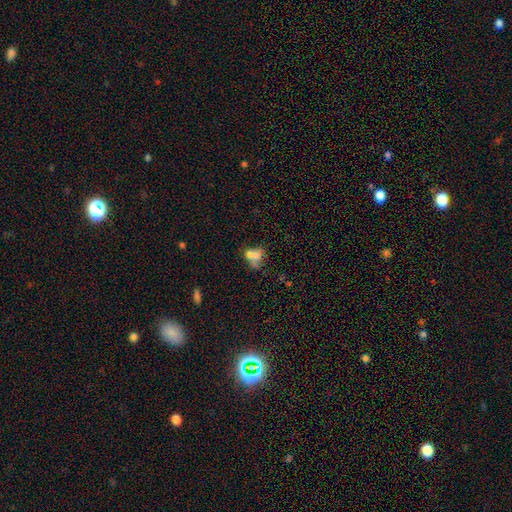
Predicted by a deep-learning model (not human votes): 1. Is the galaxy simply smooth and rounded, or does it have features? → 62% smooth, 26% featured or disk, 12% star or artifact.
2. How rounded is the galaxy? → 54% in between, 44% round, 2% cigar-shaped.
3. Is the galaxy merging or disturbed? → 62% merger, 21% none, 9% minor disturbance, 8% major disturbance.